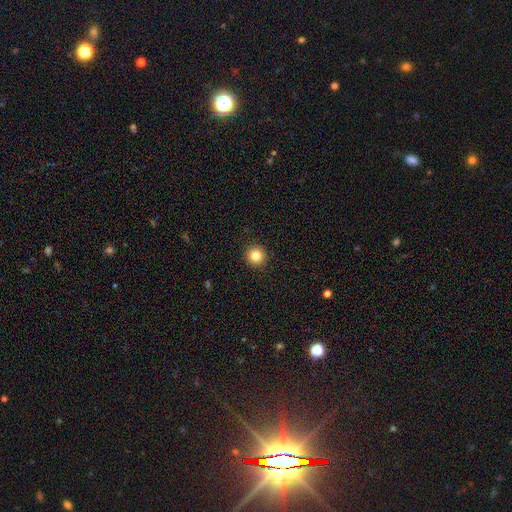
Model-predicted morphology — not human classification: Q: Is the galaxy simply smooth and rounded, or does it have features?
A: smooth — 84%.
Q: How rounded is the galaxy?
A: round — 95%.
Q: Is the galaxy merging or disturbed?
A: none — 92%.